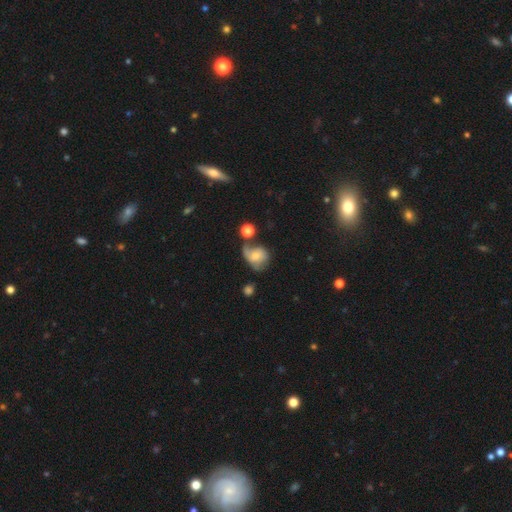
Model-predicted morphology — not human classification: Overall: smooth (49%; featured or disk 41%). Merging: none (30%; major disturbance 27%).